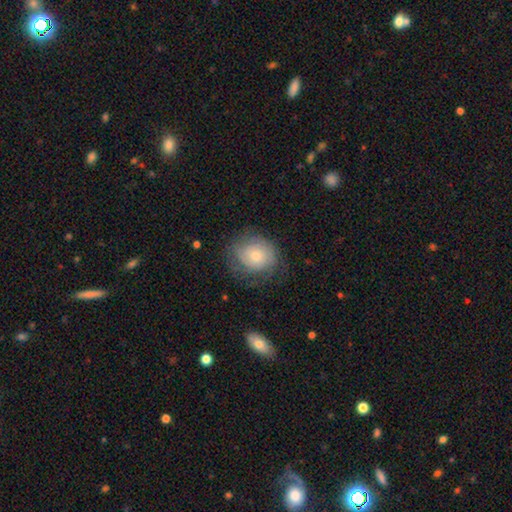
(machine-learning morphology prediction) type=smooth (52%); roundness=round (74%); merging=none (68%).